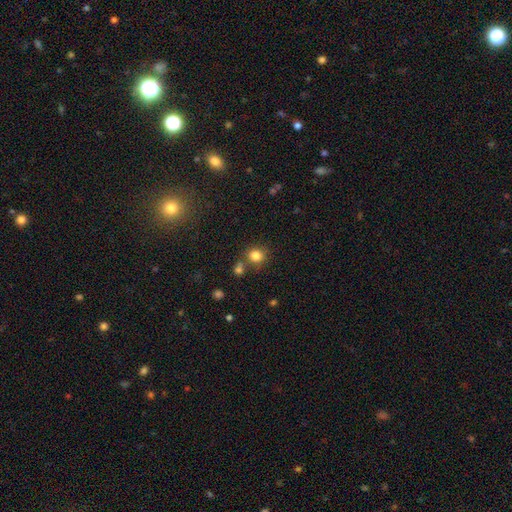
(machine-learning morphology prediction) This is clearly a smooth galaxy (82%). How rounded: likely round (80%). Merging: likely none (68%).